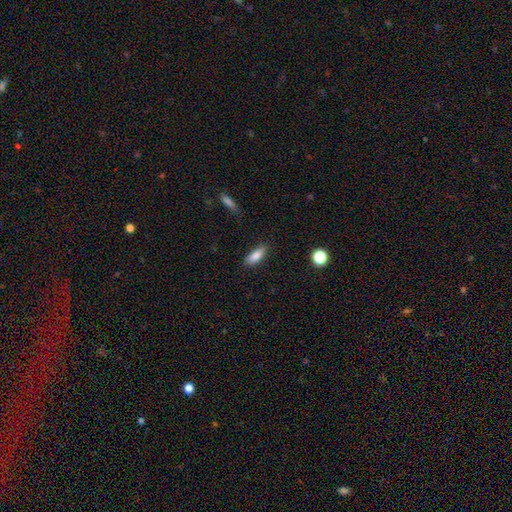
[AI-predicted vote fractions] smooth_or_featured: smooth (p=0.85) [alt: featured or disk p=0.08]
how_rounded: in between (p=0.68) [alt: cigar-shaped p=0.30]
merging: none (p=0.84) [alt: minor disturbance p=0.12]